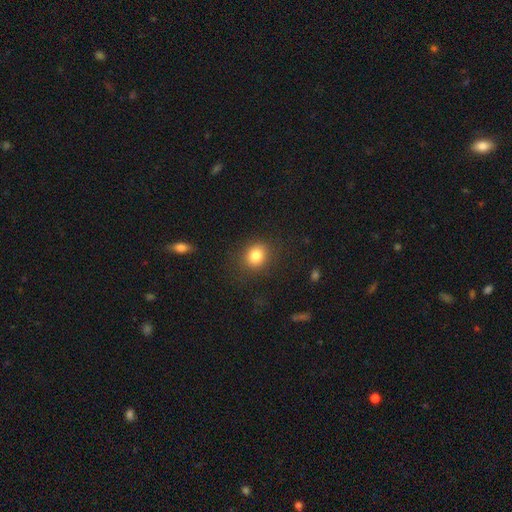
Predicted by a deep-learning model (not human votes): A smooth galaxy with no disk features (83%) that is round (68%). Merging: none (84%).